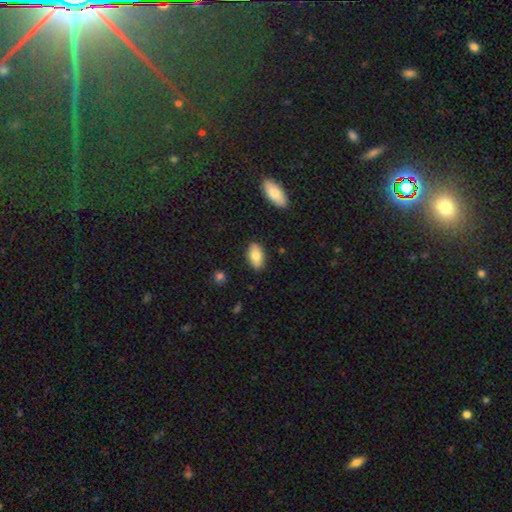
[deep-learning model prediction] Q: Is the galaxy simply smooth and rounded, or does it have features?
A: smooth — 81%.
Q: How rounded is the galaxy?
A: in between — 92%.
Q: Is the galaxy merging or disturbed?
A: none — 85%.